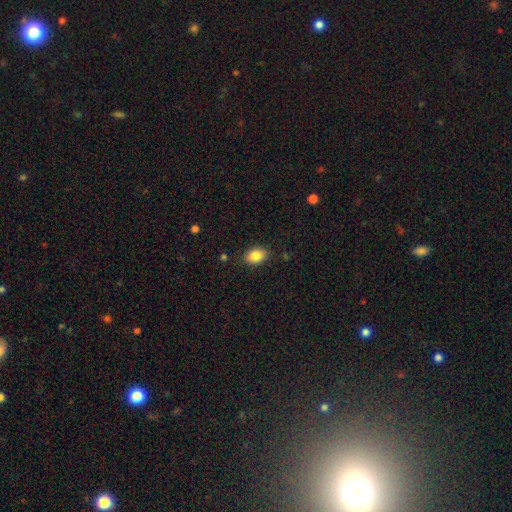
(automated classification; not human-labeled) smooth 85%, star or artifact 8%, featured or disk 7%. Down the decision tree: how rounded — in between (84%); merging — none (86%).